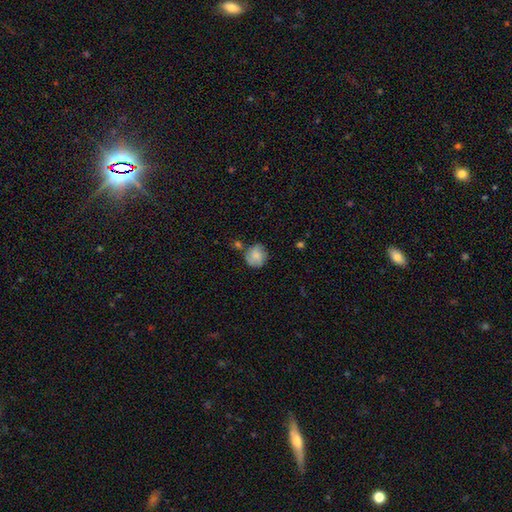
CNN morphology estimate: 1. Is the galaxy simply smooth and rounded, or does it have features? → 74% smooth, 18% featured or disk, 8% star or artifact.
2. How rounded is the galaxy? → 85% round, 14% in between, 1% cigar-shaped.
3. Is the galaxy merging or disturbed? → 65% none, 21% minor disturbance, 9% merger, 5% major disturbance.